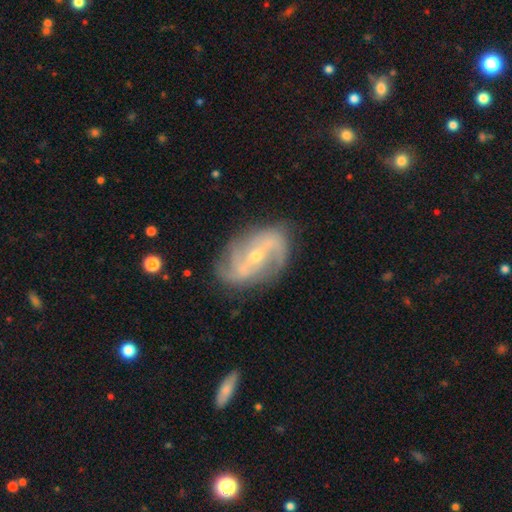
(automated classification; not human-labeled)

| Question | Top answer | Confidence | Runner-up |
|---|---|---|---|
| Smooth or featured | featured or disk | 86% | smooth (8%) |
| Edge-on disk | no | 96% | yes (4%) |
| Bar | weak | 38% | strong (35%) |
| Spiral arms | yes | 95% | no (5%) |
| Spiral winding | medium | 43% | loose (33%) |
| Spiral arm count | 2 | 65% | 3 (13%) |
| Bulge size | small | 61% | moderate (36%) |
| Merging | none | 75% | minor disturbance (17%) |